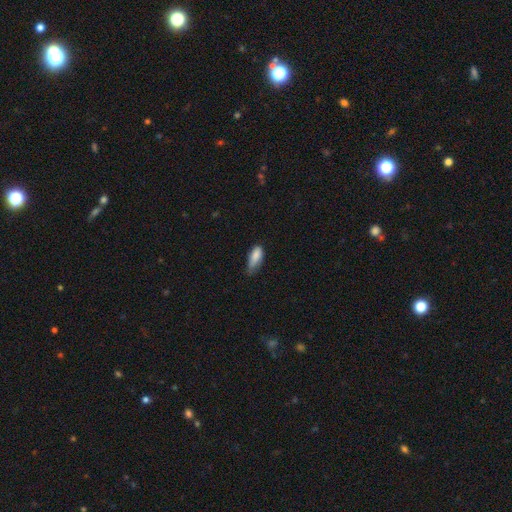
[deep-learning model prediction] smooth-or-featured: smooth: 85% | featured or disk: 8% | star or artifact: 7%
  how-rounded: in between: 77% | cigar-shaped: 20% | round: 2%
  merging: minor disturbance: 48% | none: 38% | major disturbance: 12% | merger: 2%